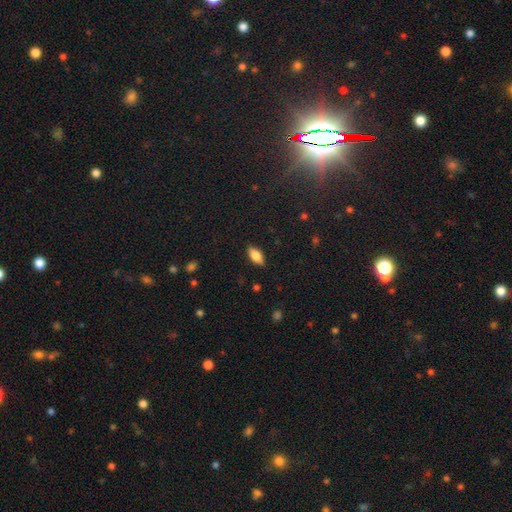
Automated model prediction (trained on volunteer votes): A smooth galaxy with no disk features (75%) that is in between round and cigar-shaped (85%).

Vote fractions:
- Smooth or featured? smooth: 75% / featured or disk: 18% / star or artifact: 7%
- How rounded? in between: 85% / cigar-shaped: 12% / round: 3%
- Merging? none: 86% / minor disturbance: 10% / major disturbance: 2% / merger: 1%